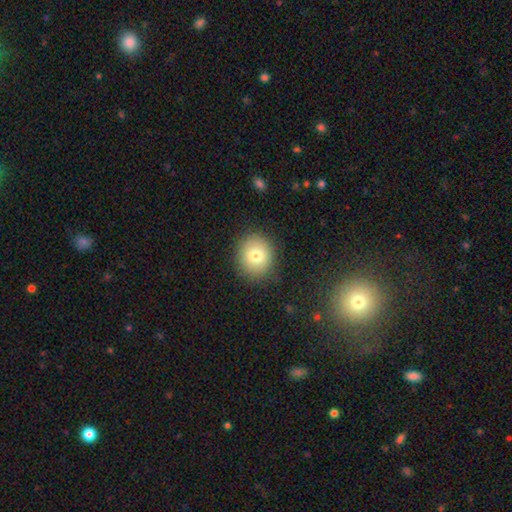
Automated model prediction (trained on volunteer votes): smooth_or_featured: smooth (p=0.76) [alt: featured or disk p=0.13]
how_rounded: round (p=0.84) [alt: in between p=0.15]
merging: none (p=0.87) [alt: minor disturbance p=0.09]